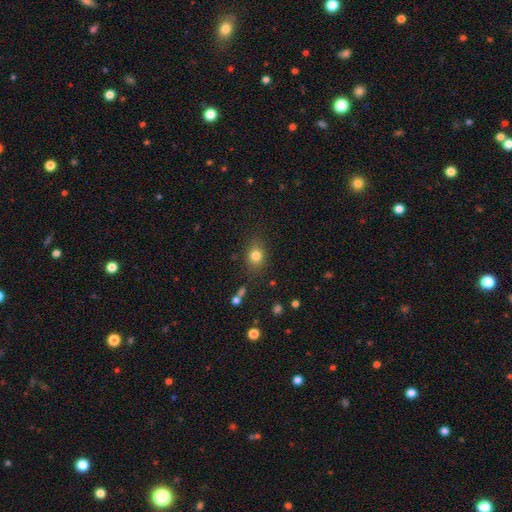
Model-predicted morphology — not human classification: The model was most divided on "how rounded": in between: 52%, round: 47%, cigar-shaped: 1%. More confident: merging — none (82%); smooth or featured — smooth (80%).